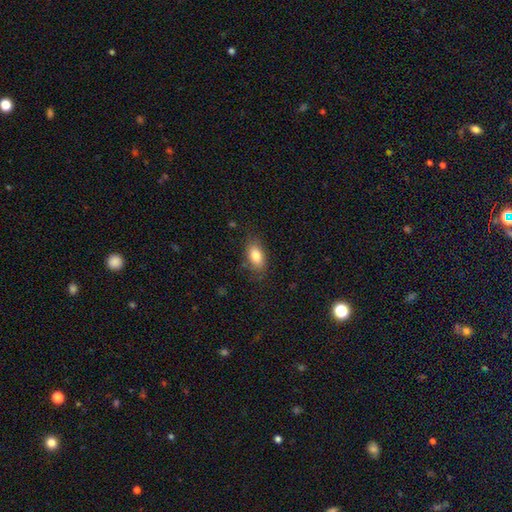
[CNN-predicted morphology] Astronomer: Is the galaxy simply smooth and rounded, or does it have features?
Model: smooth — 83%.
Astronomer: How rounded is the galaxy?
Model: in between — 89%.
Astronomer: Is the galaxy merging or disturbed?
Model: none — 79%.